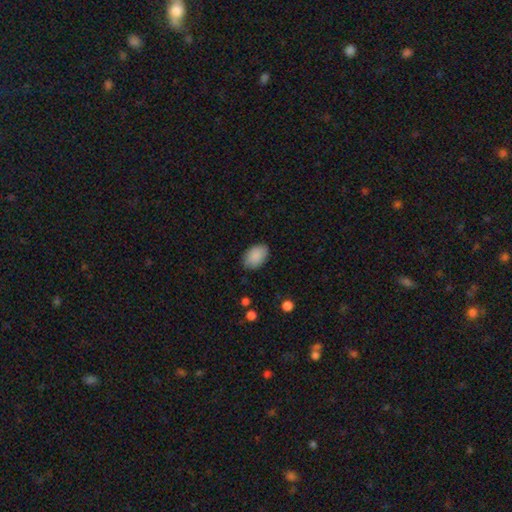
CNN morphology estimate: Smooth or featured?
  - smooth: 89% *
  - star or artifact: 7%
  - featured or disk: 4%
How rounded?
  - in between: 88% *
  - round: 11%
  - cigar-shaped: 1%
Merging?
  - none: 85% *
  - minor disturbance: 12%
  - major disturbance: 3%
  - merger: 1%